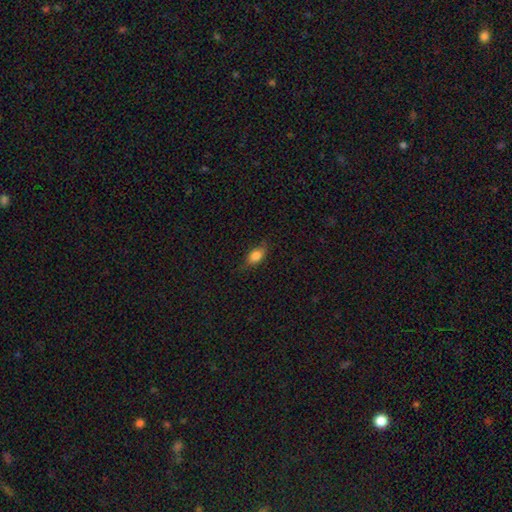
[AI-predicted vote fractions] A smooth galaxy with no disk features (78%) that is in between round and cigar-shaped (80%).

Vote fractions:
- Smooth or featured? smooth: 78% / featured or disk: 13% / star or artifact: 9%
- How rounded? in between: 80% / round: 11% / cigar-shaped: 8%
- Merging? none: 72% / minor disturbance: 21% / major disturbance: 5% / merger: 1%